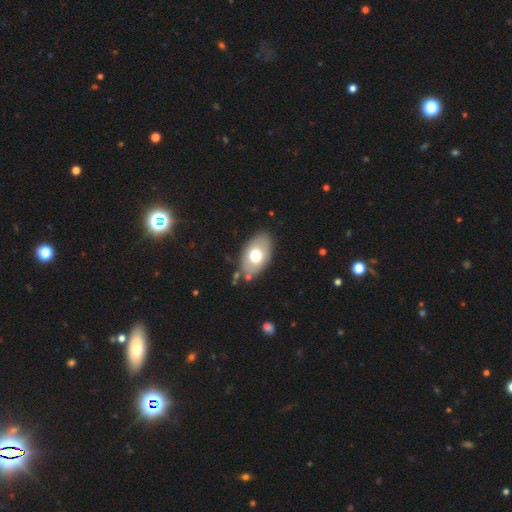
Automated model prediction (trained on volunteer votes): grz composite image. It shows a smooth galaxy with no disk features (68%) that is in between round and cigar-shaped (91%). Merging: none (81%).